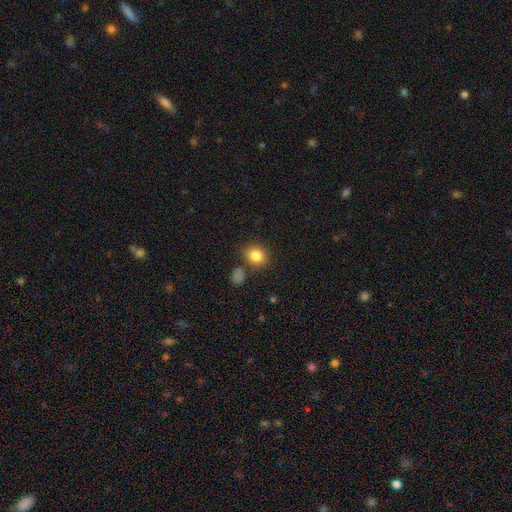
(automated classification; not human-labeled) Morphology: type=smooth (85%); roundness=round (69%); merging=none (75%).